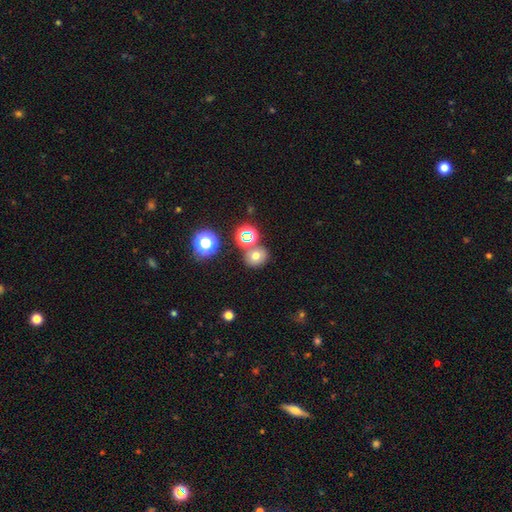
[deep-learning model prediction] Q: Smooth or featured?
A: smooth (65%); runner-up: star or artifact (23%)
Q: How rounded?
A: round (72%); runner-up: in between (27%)
Q: Merging?
A: none (69%); runner-up: merger (18%)